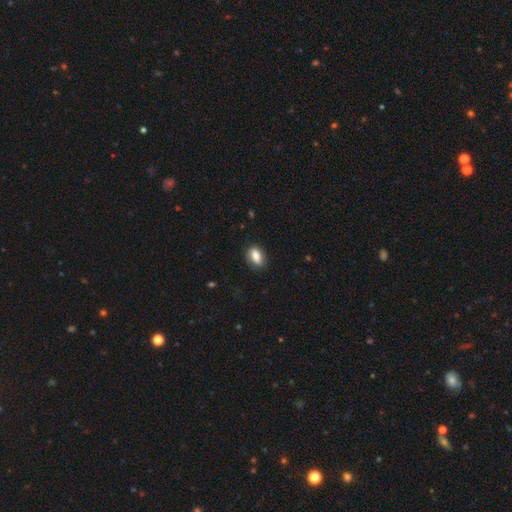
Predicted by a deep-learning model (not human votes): This appears to be a smooth galaxy with no disk features (82%) that is in between round and cigar-shaped (85%). Merging: none (79%).